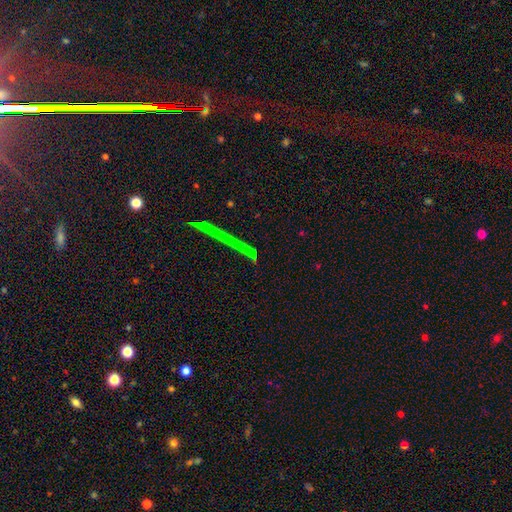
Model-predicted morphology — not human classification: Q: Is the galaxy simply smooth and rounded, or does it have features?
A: star or artifact — 60%.